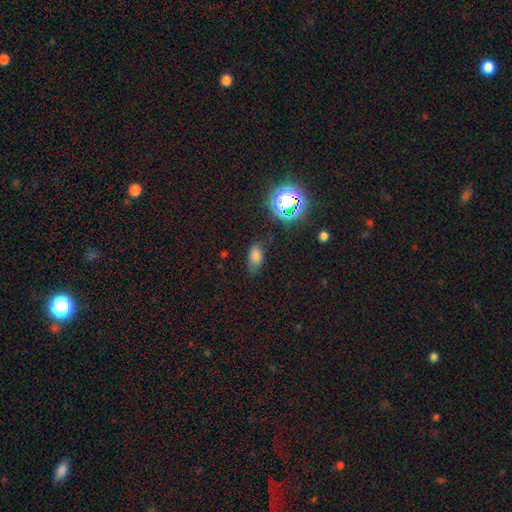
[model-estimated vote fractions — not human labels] The model was most divided on "merging": none: 63%, minor disturbance: 27%, major disturbance: 7%, merger: 2%. More confident: how rounded — in between (88%); smooth or featured — smooth (73%).